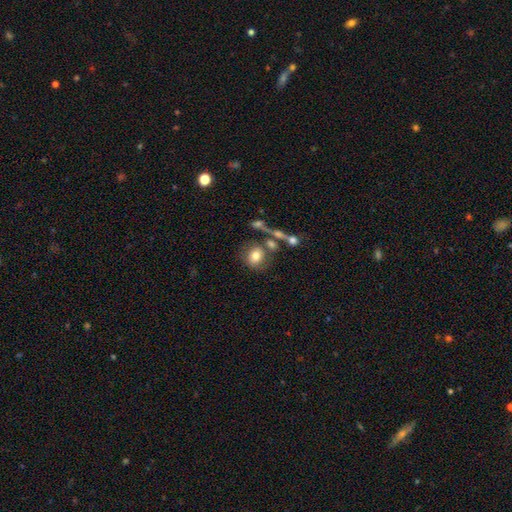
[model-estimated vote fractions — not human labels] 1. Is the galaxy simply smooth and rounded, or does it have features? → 72% smooth, 19% featured or disk, 10% star or artifact.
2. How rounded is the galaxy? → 65% round, 34% in between, 2% cigar-shaped.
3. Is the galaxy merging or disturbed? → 57% none, 19% merger, 15% minor disturbance, 9% major disturbance.